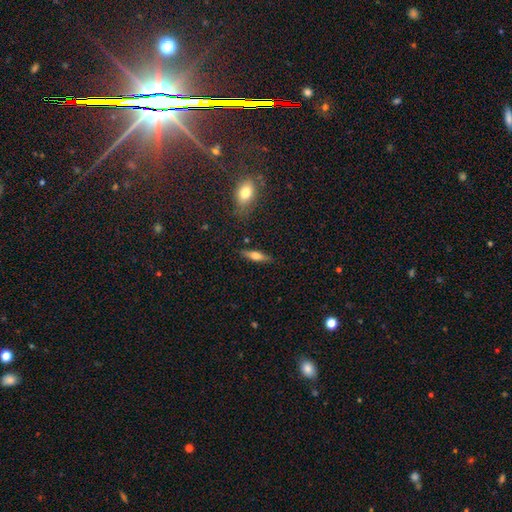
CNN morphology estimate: A smooth galaxy with no disk features (53%) that is cigar-shaped (59%).

Vote fractions:
- Smooth or featured? smooth: 53% / featured or disk: 39% / star or artifact: 7%
- How rounded? cigar-shaped: 59% / in between: 37% / round: 3%
- Merging? none: 85% / minor disturbance: 10% / major disturbance: 3% / merger: 2%